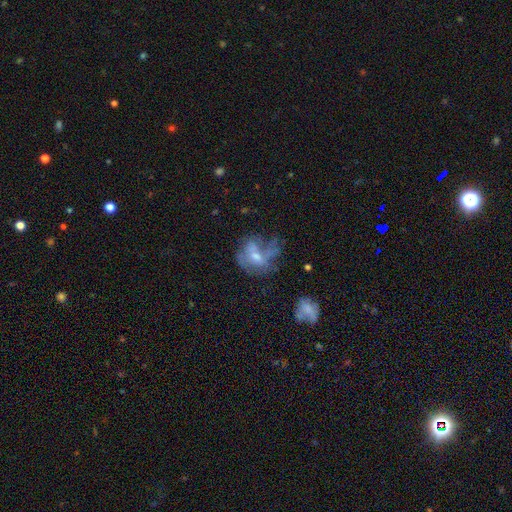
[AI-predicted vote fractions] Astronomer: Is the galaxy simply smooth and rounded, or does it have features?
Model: featured or disk — 53% (runner-up: smooth, 35%).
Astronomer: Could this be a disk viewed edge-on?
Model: no — 96%.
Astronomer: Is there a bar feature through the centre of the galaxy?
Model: no — 63%.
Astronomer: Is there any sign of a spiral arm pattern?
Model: no — 62% (runner-up: yes, 38%).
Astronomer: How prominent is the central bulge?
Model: moderate — 47% (runner-up: small, 39%).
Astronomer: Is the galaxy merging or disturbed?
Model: major disturbance — 34%, tied with none at 34%.